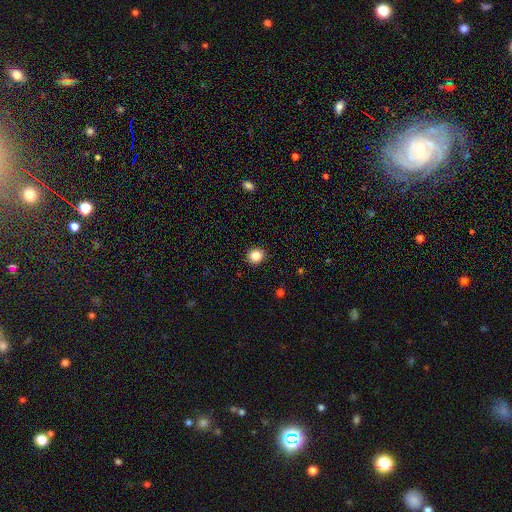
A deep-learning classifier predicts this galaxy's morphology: Smooth or featured? smooth (85%)
How rounded? round (87%)
Merging? none (92%)